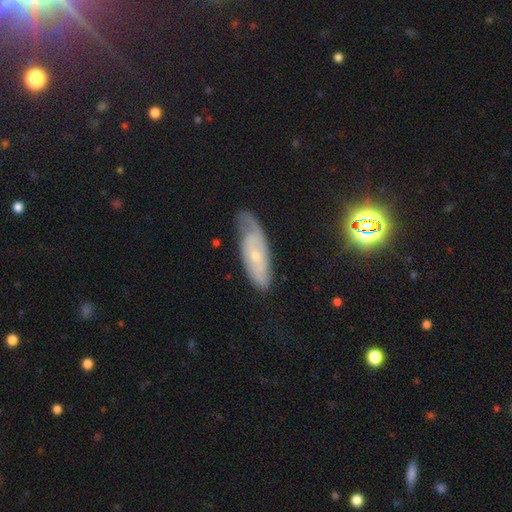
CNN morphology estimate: Q: Smooth or featured?
A: featured or disk (65%); runner-up: smooth (26%)
Q: Edge-on disk?
A: no (82%); runner-up: yes (18%)
Q: Bar?
A: no (75%); runner-up: weak (20%)
Q: Spiral arms?
A: yes (80%); runner-up: no (20%)
Q: Bulge size?
A: small (70%); runner-up: moderate (26%)
Q: Merging?
A: none (51%); runner-up: minor disturbance (32%)